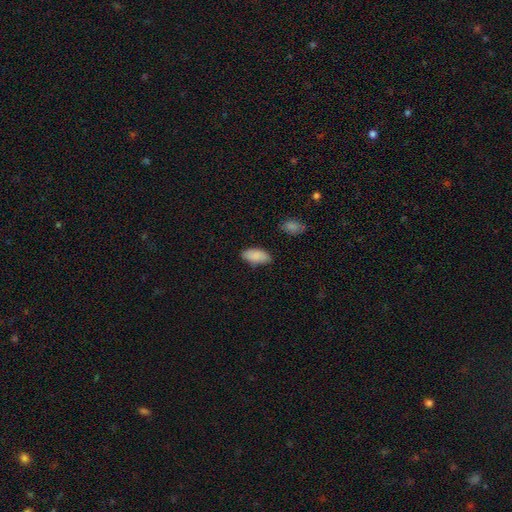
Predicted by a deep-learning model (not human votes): Smooth or featured? Predicted: smooth (p=0.88). How rounded? Predicted: in between (p=0.92). Merging? Predicted: none (p=0.80).